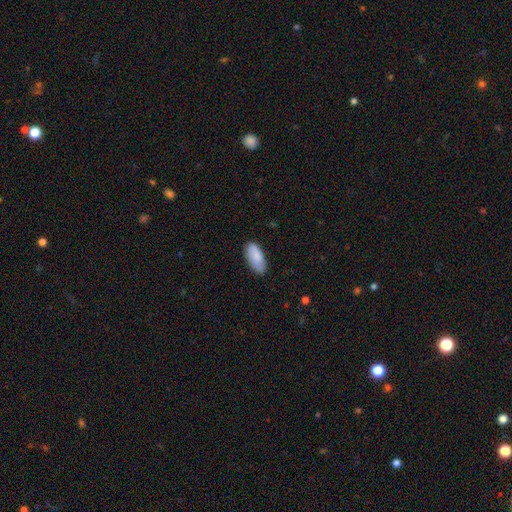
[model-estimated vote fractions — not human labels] Smooth or featured?
  - smooth: 86% *
  - featured or disk: 8%
  - star or artifact: 6%
How rounded?
  - in between: 87% *
  - cigar-shaped: 11%
  - round: 2%
Merging?
  - none: 79% *
  - minor disturbance: 17%
  - major disturbance: 3%
  - merger: 1%